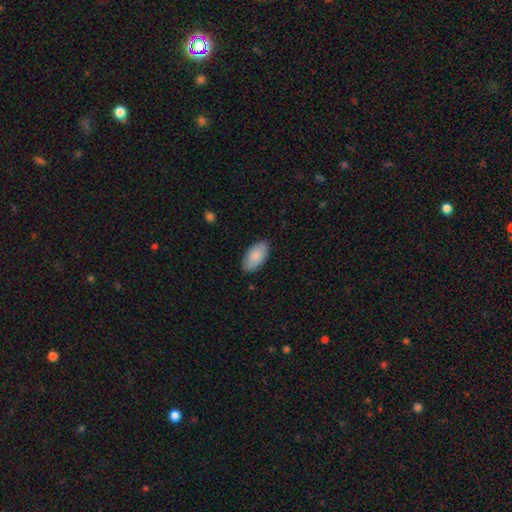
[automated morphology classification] This appears to be a smooth galaxy with no disk features (87%) that is in between round and cigar-shaped (95%). Merging: none (85%).